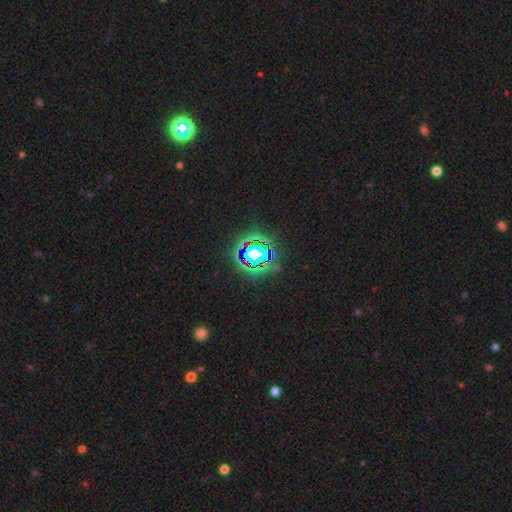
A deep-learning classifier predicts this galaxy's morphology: Smooth or featured: star or artifact — 73% (smooth — 15%)